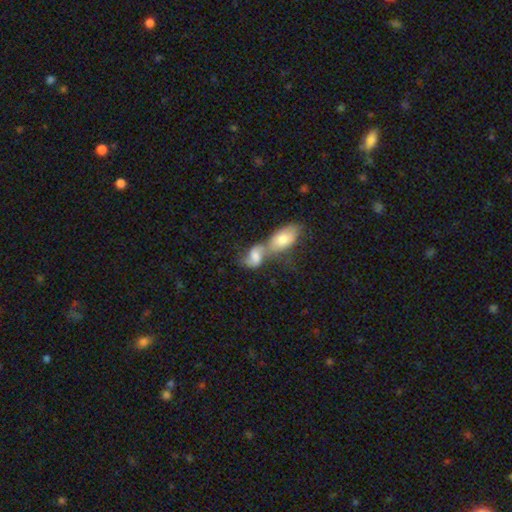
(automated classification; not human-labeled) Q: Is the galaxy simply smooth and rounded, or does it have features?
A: smooth — 51%.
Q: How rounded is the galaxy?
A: in between — 82%.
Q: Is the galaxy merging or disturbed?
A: merger — 73%.